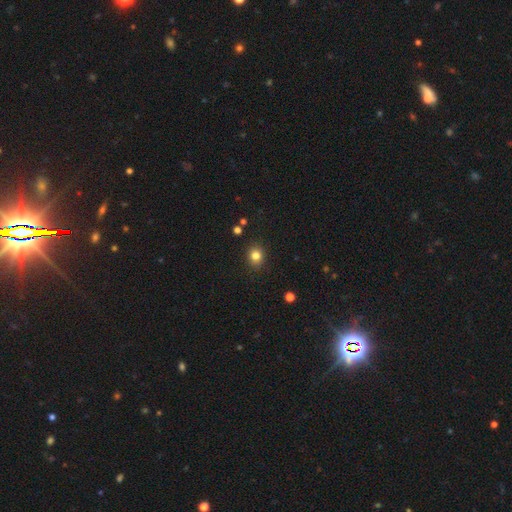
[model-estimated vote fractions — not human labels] This is clearly a smooth galaxy (82%). How rounded: likely round (71%). Merging: clearly none (88%).